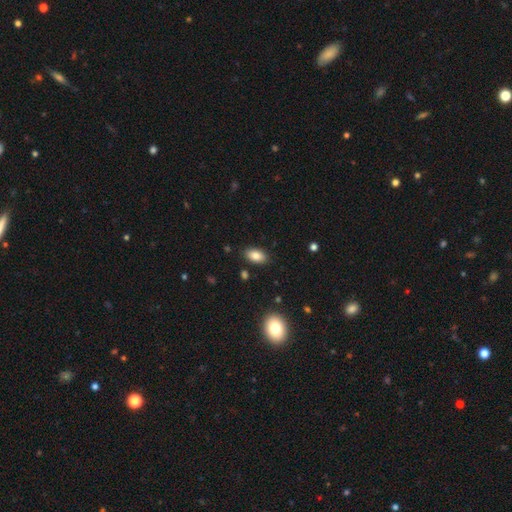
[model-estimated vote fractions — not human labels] Q: Smooth or featured?
A: smooth (83%); runner-up: star or artifact (8%)
Q: How rounded?
A: in between (92%); runner-up: round (6%)
Q: Merging?
A: none (87%); runner-up: minor disturbance (9%)